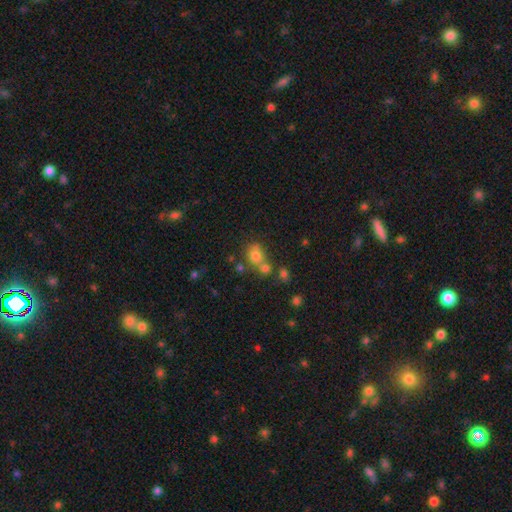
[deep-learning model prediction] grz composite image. It shows a smooth galaxy with no disk features (75%) that is round (65%). Merging: none (45%).